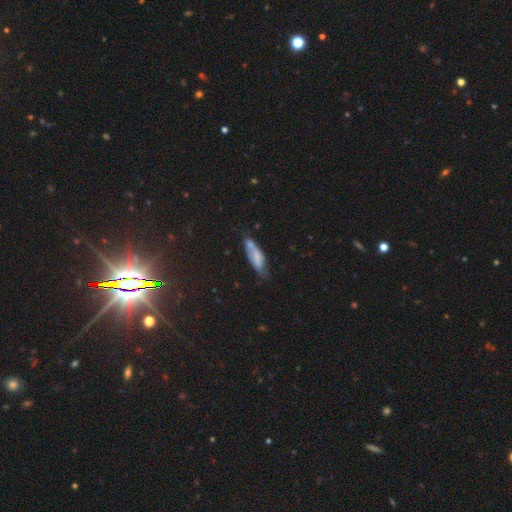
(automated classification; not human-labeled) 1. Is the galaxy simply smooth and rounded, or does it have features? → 57% smooth, 33% featured or disk, 10% star or artifact.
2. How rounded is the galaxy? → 53% cigar-shaped, 44% in between, 2% round.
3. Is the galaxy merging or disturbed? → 49% none, 31% minor disturbance, 11% major disturbance, 9% merger.